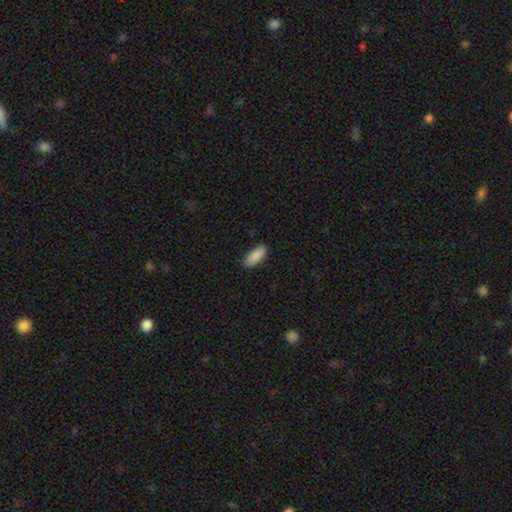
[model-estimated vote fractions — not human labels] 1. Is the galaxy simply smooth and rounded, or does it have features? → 90% smooth, 6% star or artifact, 4% featured or disk.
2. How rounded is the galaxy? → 80% in between, 19% cigar-shaped, 2% round.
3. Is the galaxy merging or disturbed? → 88% none, 9% minor disturbance, 2% major disturbance, 1% merger.